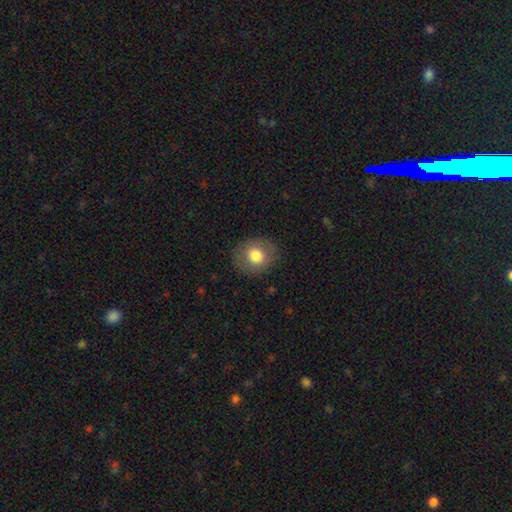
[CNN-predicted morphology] Smooth or featured? Predicted: smooth (p=0.77). How rounded? Predicted: round (p=0.78). Merging? Predicted: none (p=0.85).